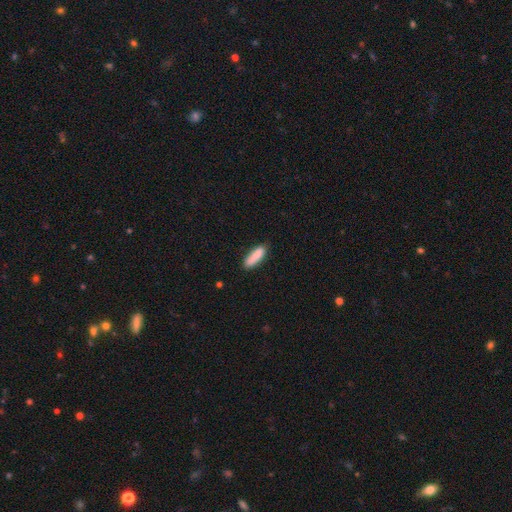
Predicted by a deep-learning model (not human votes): smooth 87%, featured or disk 7%, star or artifact 7%. Down the decision tree: how rounded — cigar-shaped (60%); merging — none (80%).